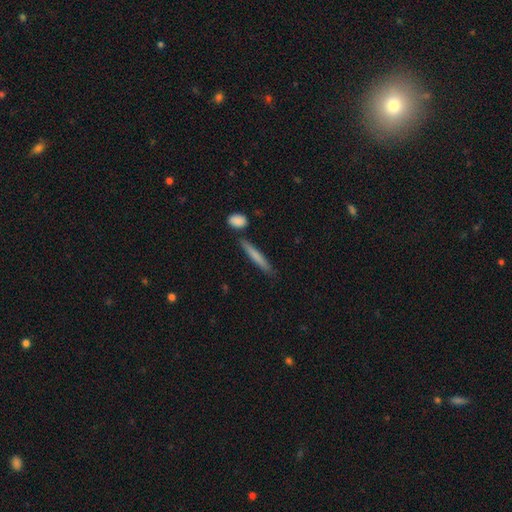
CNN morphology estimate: A smooth galaxy with no disk features (72%) that is cigar-shaped (93%).

Vote fractions:
- Smooth or featured? smooth: 72% / featured or disk: 23% / star or artifact: 6%
- How rounded? cigar-shaped: 93% / in between: 5% / round: 2%
- Merging? none: 81% / minor disturbance: 11% / merger: 5% / major disturbance: 2%